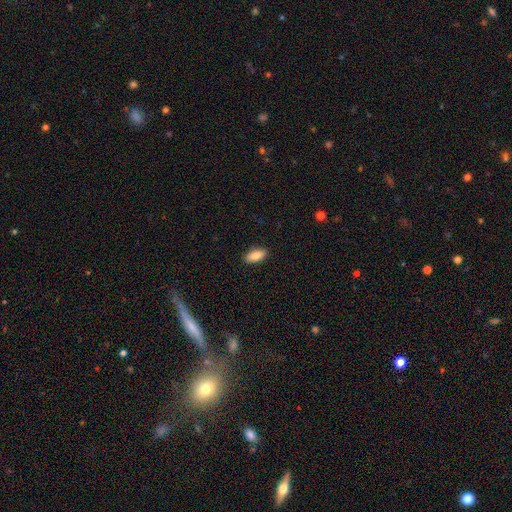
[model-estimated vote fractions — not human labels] Smooth or featured?
  - smooth: 87% *
  - featured or disk: 7%
  - star or artifact: 7%
How rounded?
  - in between: 85% *
  - cigar-shaped: 13%
  - round: 2%
Merging?
  - none: 89% *
  - minor disturbance: 8%
  - major disturbance: 2%
  - merger: 1%